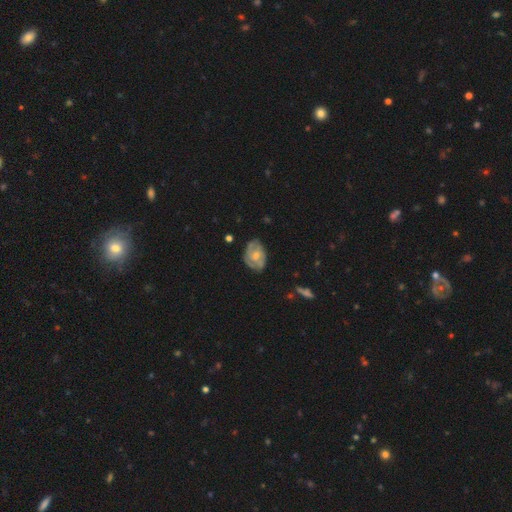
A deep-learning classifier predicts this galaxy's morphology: Smooth or featured: featured or disk — 65% (smooth — 29%)
Edge-on disk: no — 96% (yes — 4%)
Bar: no — 70% (weak — 26%)
Spiral arms: yes — 76% (no — 24%)
Bulge size: moderate — 55% (small — 36%)
Merging: none — 64% (minor disturbance — 26%)